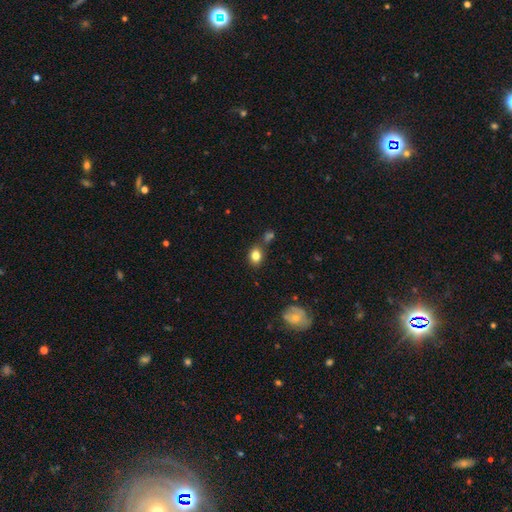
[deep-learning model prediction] A smooth galaxy with no disk features (82%) that is in between round and cigar-shaped (61%). Merging: none (72%).